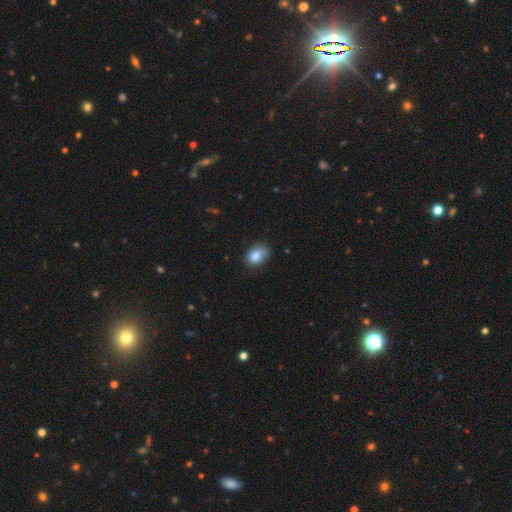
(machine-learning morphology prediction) Smooth or featured: smooth — 84% (star or artifact — 9%)
How rounded: in between — 72% (round — 27%)
Merging: none — 68% (minor disturbance — 25%)